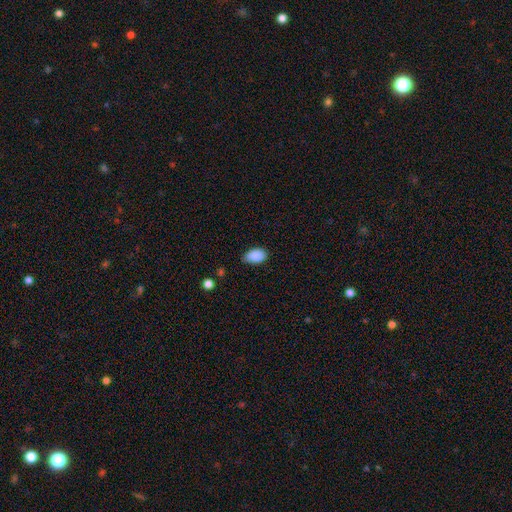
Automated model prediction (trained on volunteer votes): This is clearly a smooth galaxy (89%). How rounded: clearly in between (90%). Merging: likely none (63%).